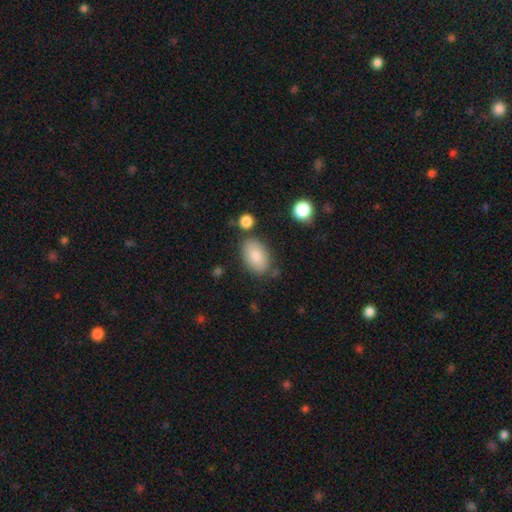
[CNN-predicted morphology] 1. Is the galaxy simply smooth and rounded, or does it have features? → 80% smooth, 12% featured or disk, 8% star or artifact.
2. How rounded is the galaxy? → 90% in between, 9% round, 1% cigar-shaped.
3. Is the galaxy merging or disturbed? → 77% none, 14% minor disturbance, 5% merger, 3% major disturbance.